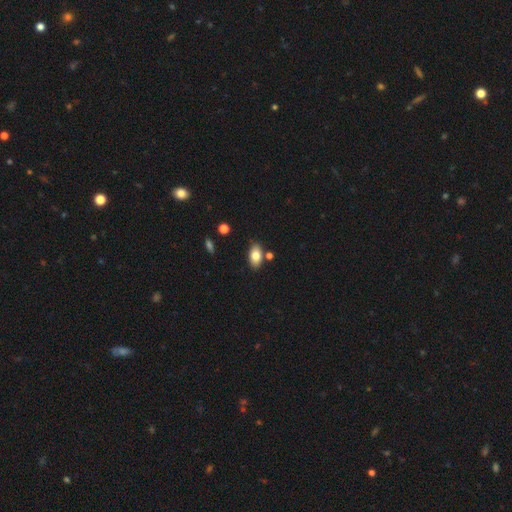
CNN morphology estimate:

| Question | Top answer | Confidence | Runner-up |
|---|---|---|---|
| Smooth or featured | smooth | 80% | featured or disk (12%) |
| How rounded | in between | 91% | round (6%) |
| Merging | none | 79% | minor disturbance (12%) |